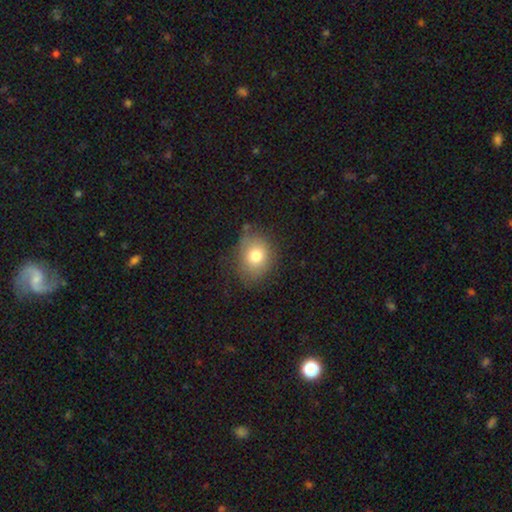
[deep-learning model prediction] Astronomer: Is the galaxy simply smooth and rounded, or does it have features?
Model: smooth — 77%.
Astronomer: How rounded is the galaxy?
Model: round — 54% (runner-up: in between, 45%).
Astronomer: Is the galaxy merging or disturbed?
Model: none — 72%.